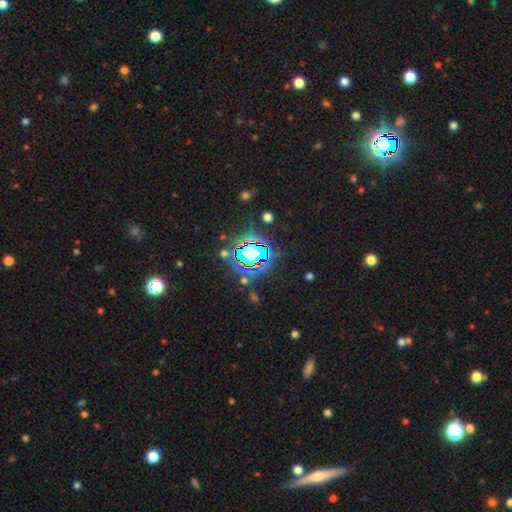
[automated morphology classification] Smooth or featured?
  - star or artifact: 75% *
  - smooth: 15%
  - featured or disk: 10%